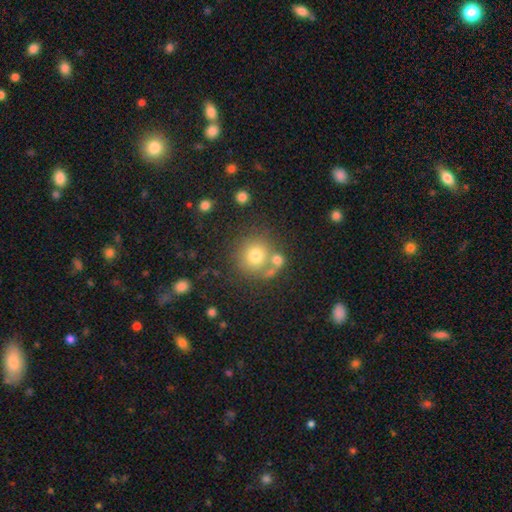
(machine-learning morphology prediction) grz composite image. It shows a smooth galaxy with no disk features (73%) that is round (89%). Merging: none (60%).